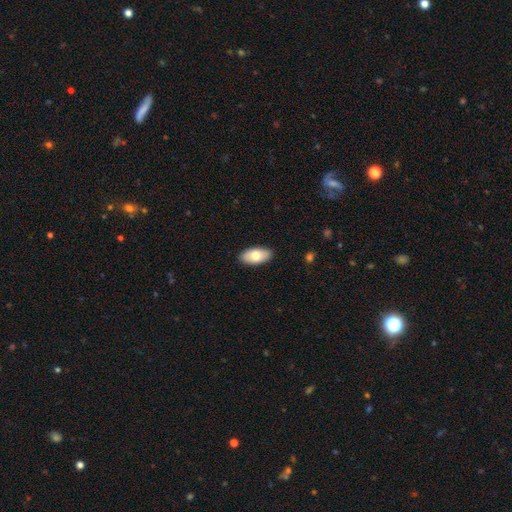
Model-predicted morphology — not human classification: smooth_or_featured: smooth (p=0.76) [alt: featured or disk p=0.18]
how_rounded: in between (p=0.94) [alt: cigar-shaped p=0.04]
merging: none (p=0.89) [alt: minor disturbance p=0.08]